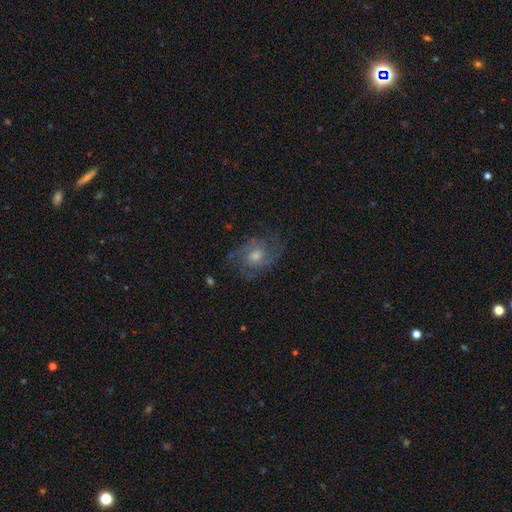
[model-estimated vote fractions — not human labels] A featured or disk galaxy (79%) with no bar (66%), 2 (49%) medium (48%) spiral arms (94%) and a moderate central bulge (64%). Merging: none (74%).